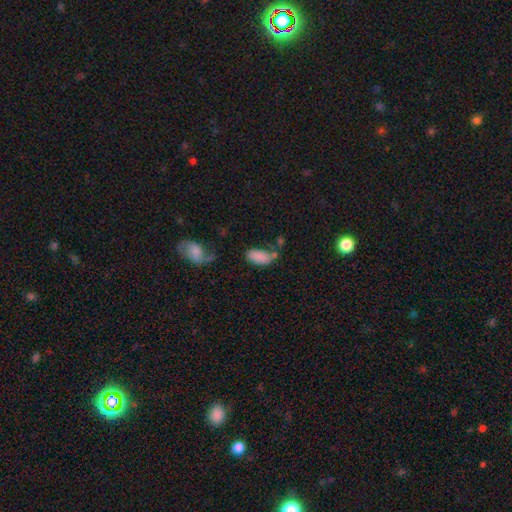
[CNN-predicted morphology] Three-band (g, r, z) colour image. It shows a smooth galaxy with no disk features (81%) that is in between round and cigar-shaped (93%). Merging: none (46%).